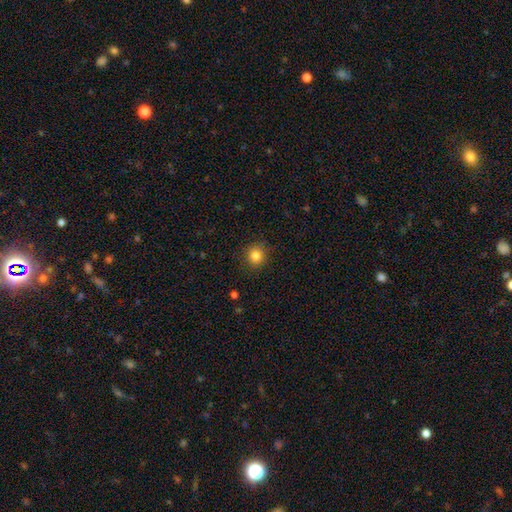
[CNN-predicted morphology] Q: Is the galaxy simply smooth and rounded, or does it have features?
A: smooth — 84%.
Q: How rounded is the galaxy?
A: round — 87%.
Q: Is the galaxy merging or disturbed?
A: none — 88%.